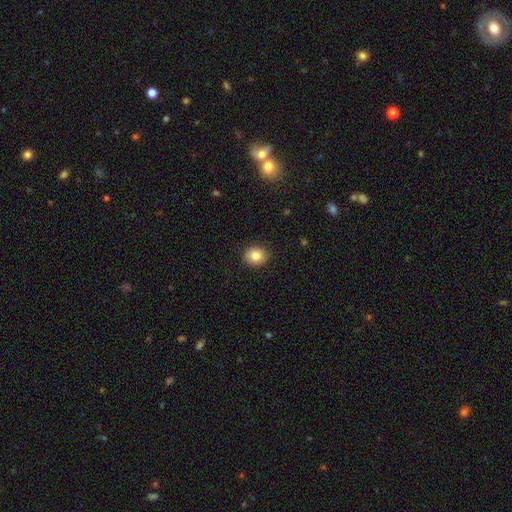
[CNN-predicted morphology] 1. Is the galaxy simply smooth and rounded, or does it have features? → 83% smooth, 9% star or artifact, 7% featured or disk.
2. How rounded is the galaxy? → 70% round, 30% in between, 1% cigar-shaped.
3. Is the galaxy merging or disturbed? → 90% none, 7% minor disturbance, 2% major disturbance, 1% merger.